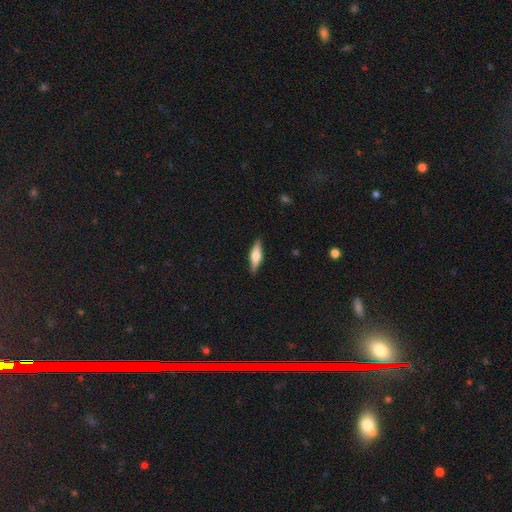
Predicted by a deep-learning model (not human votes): Smooth or featured? Predicted: featured or disk (p=0.49). Merging? Predicted: none (p=0.88).